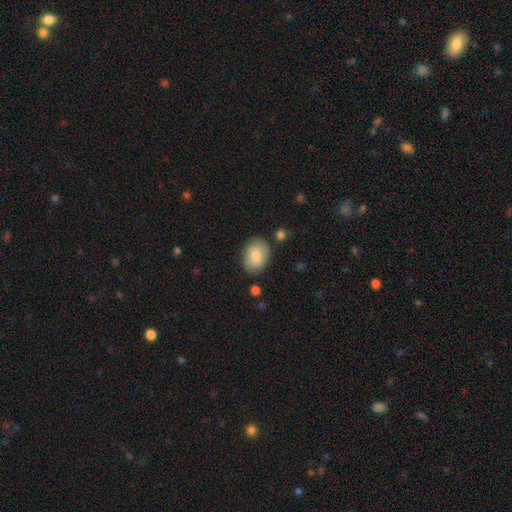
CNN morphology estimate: smooth 82%, featured or disk 12%, star or artifact 6%. Down the decision tree: how rounded — in between (78%); merging — none (81%).